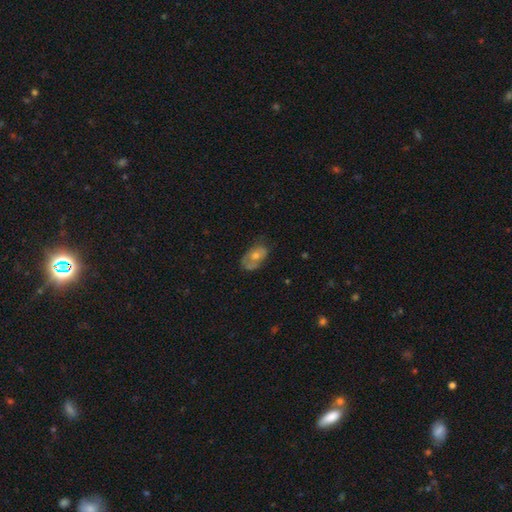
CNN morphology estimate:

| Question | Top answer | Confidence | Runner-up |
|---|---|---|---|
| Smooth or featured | featured or disk | 47% | smooth (43%) |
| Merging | none | 60% | minor disturbance (27%) |